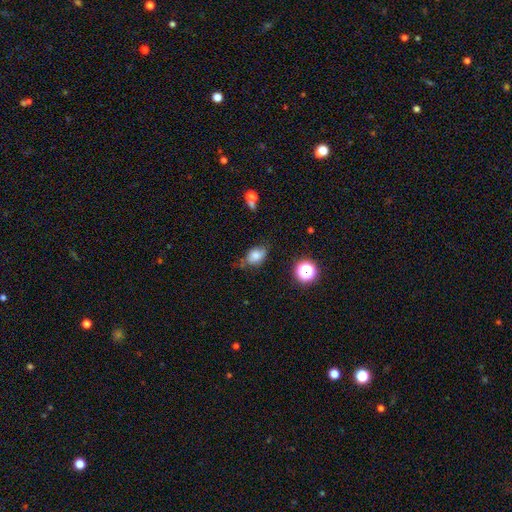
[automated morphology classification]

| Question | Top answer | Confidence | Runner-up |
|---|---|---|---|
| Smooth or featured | smooth | 74% | featured or disk (13%) |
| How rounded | in between | 75% | round (23%) |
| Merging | none | 61% | minor disturbance (28%) |